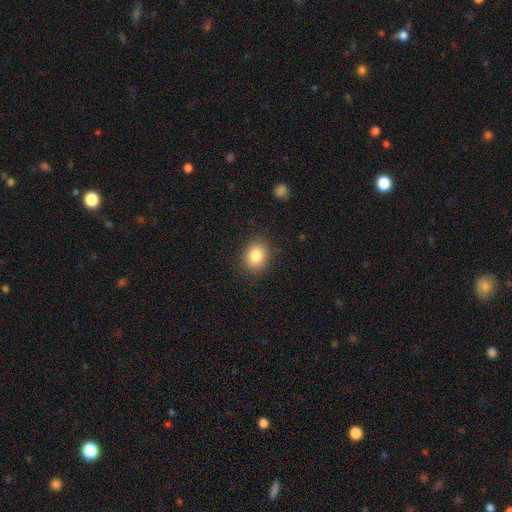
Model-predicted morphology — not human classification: A smooth galaxy with no disk features (84%) that is round (55%). Merging: none (86%).